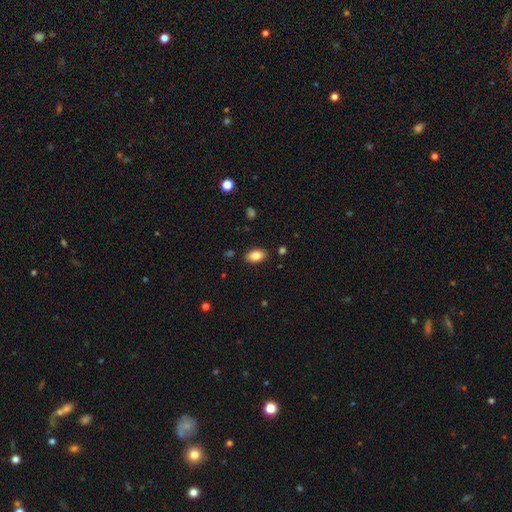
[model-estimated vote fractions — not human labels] This appears to be a smooth galaxy with no disk features (83%) that is in between round and cigar-shaped (92%). Merging: none (87%).